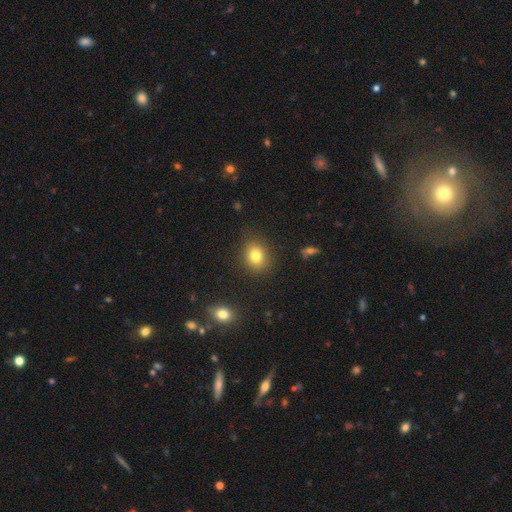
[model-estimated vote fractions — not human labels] A smooth galaxy with no disk features (80%) that is round (57%). Merging: none (85%).